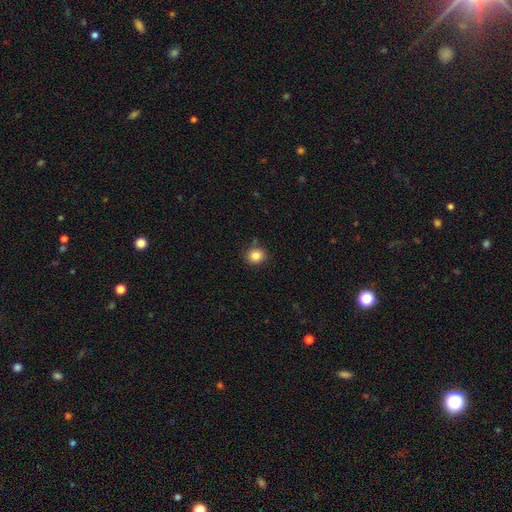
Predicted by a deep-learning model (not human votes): This appears to be a smooth galaxy with no disk features (84%) that is round (82%). Merging: none (85%).